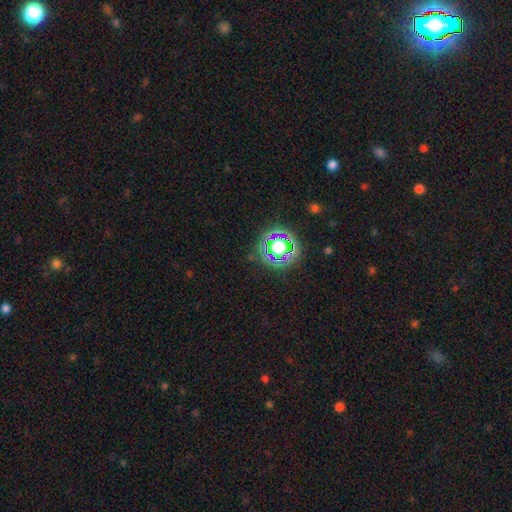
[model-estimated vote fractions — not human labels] Morphology: type=star or artifact (80%).